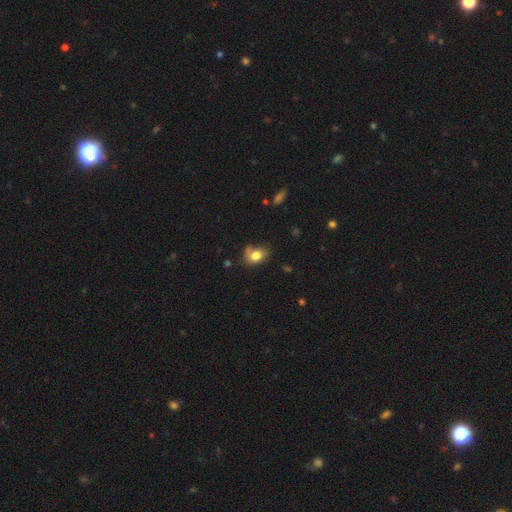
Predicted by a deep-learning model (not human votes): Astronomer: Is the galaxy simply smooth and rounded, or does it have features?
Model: smooth — 78%.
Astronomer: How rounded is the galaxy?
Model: in between — 63%.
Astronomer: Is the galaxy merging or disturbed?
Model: none — 54% (runner-up: minor disturbance, 29%).